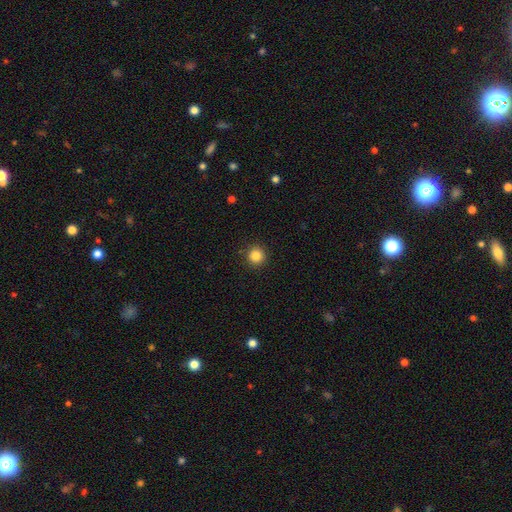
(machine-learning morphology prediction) A smooth galaxy with no disk features (84%) that is round (94%). Merging: none (91%).